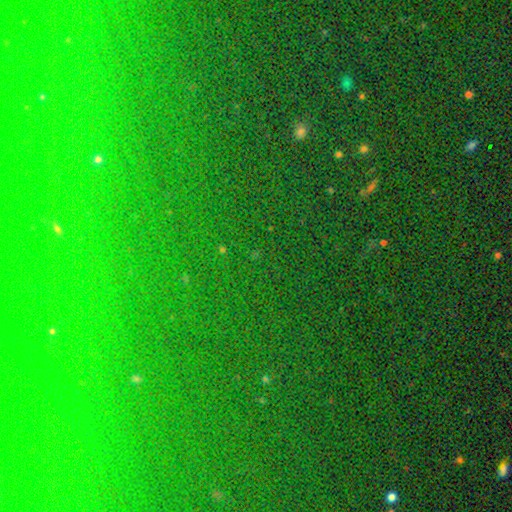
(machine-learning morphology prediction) The model was most divided on "smooth or featured": star or artifact: 82%, smooth: 10%, featured or disk: 8%.